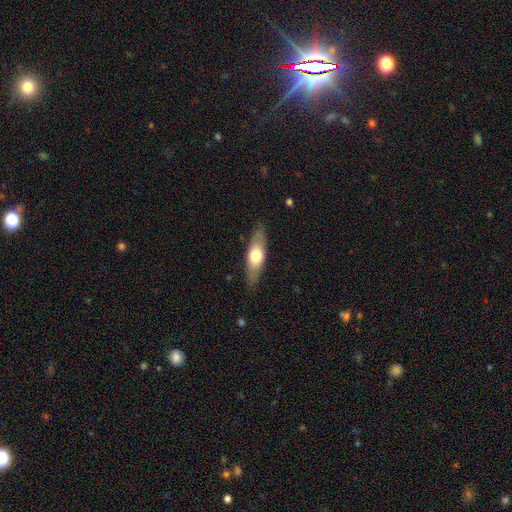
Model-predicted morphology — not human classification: This is possibly a smooth galaxy (56%). How rounded: possibly in between (54%). Merging: clearly none (84%).